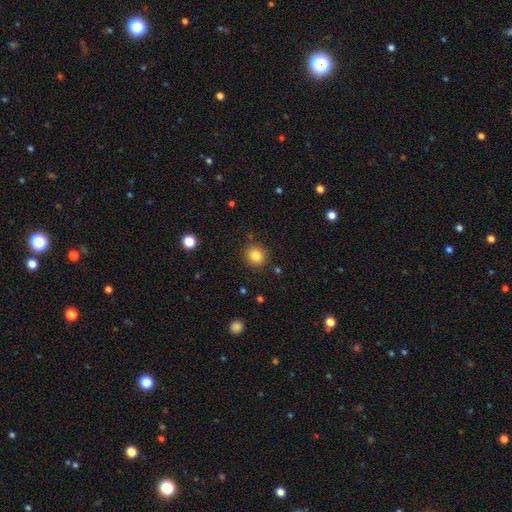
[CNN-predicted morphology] Smooth or featured?
  - smooth: 83% *
  - star or artifact: 11%
  - featured or disk: 6%
How rounded?
  - round: 86% *
  - in between: 13%
  - cigar-shaped: 1%
Merging?
  - none: 88% *
  - minor disturbance: 8%
  - major disturbance: 2%
  - merger: 2%